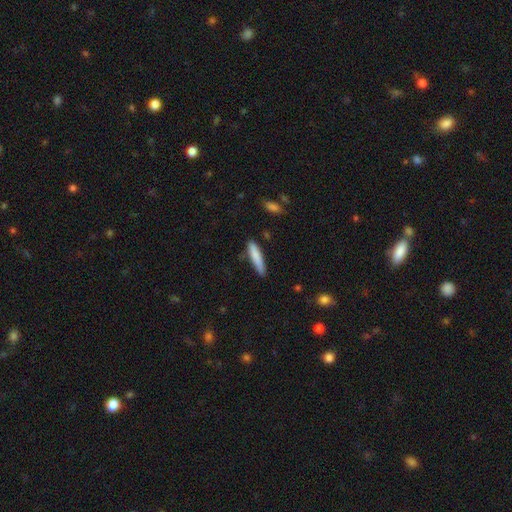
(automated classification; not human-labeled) Overall: smooth (81%). How rounded: cigar-shaped (88%). Merging: none (81%).